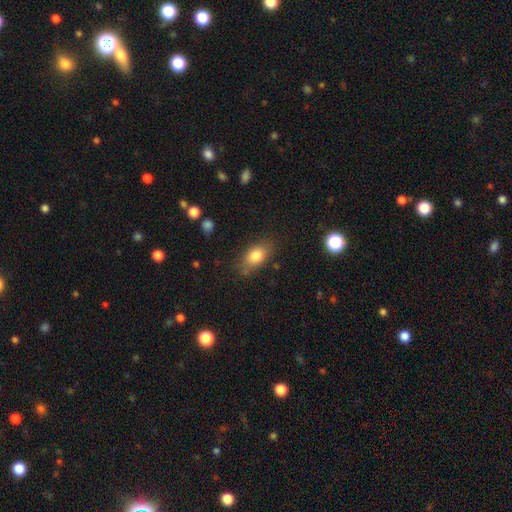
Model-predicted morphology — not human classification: type=smooth (81%); roundness=in between (84%); merging=none (76%).